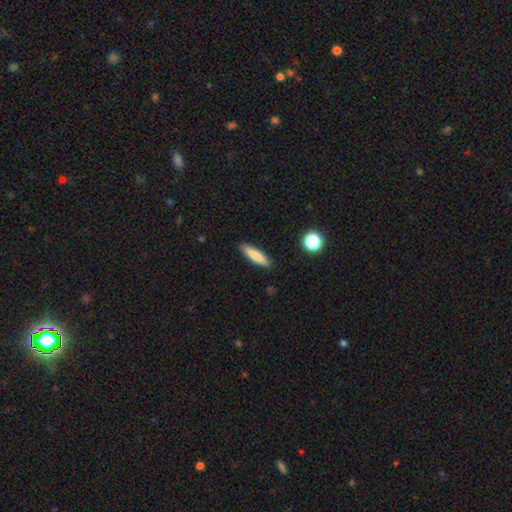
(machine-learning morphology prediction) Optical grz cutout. It shows a smooth galaxy with no disk features (82%) that is cigar-shaped (75%). Merging: none (89%).